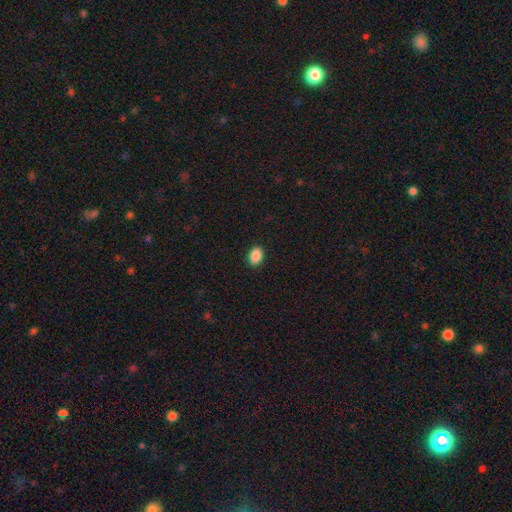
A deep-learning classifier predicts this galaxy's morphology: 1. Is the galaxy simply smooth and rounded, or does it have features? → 89% smooth, 8% star or artifact, 3% featured or disk.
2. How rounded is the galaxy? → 81% in between, 18% round, 1% cigar-shaped.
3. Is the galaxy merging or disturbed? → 90% none, 7% minor disturbance, 2% major disturbance, 1% merger.